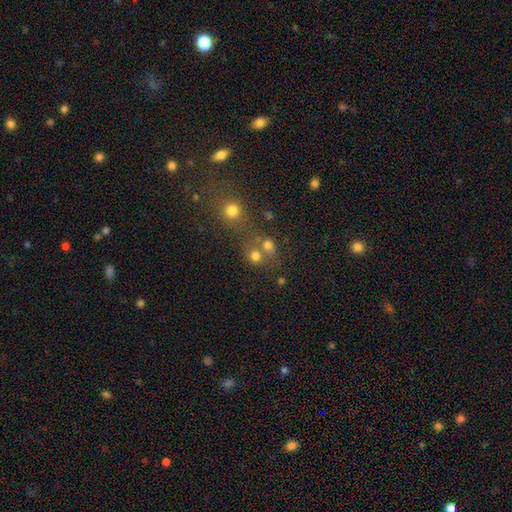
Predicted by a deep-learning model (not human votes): smooth-or-featured: smooth: 72% | star or artifact: 18% | featured or disk: 10%
  how-rounded: round: 80% | in between: 19% | cigar-shaped: 1%
  merging: none: 48% | merger: 39% | minor disturbance: 8% | major disturbance: 5%